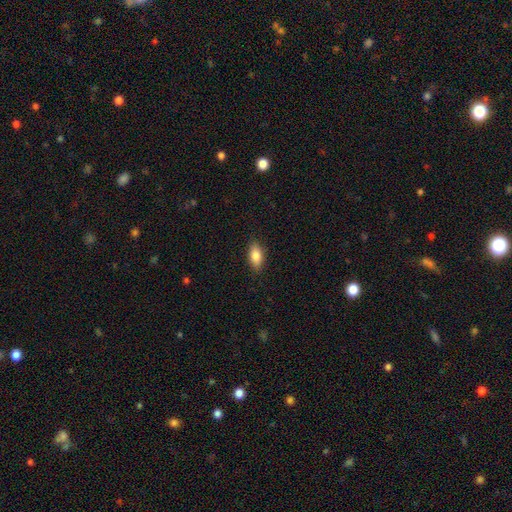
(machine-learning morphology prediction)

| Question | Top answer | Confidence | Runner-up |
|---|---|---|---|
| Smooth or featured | smooth | 84% | featured or disk (9%) |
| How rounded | in between | 87% | cigar-shaped (9%) |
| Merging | none | 86% | minor disturbance (10%) |